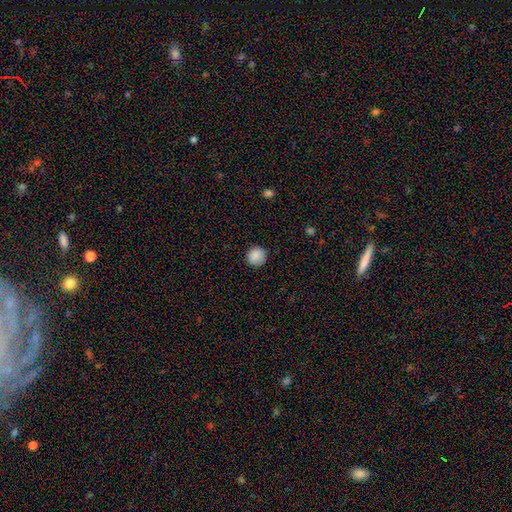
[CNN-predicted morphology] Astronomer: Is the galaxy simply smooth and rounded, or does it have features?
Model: smooth — 87%.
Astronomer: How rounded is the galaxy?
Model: round — 90%.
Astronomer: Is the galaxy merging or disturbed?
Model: none — 87%.